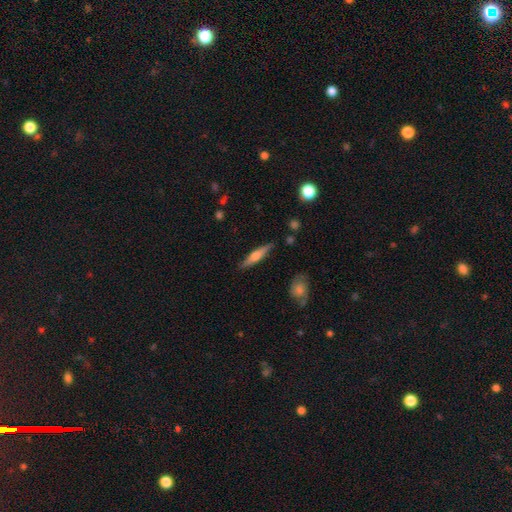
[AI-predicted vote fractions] Overall: featured or disk (50%; smooth 44%). Edge-on disk: yes (94%). Merging: none (87%).